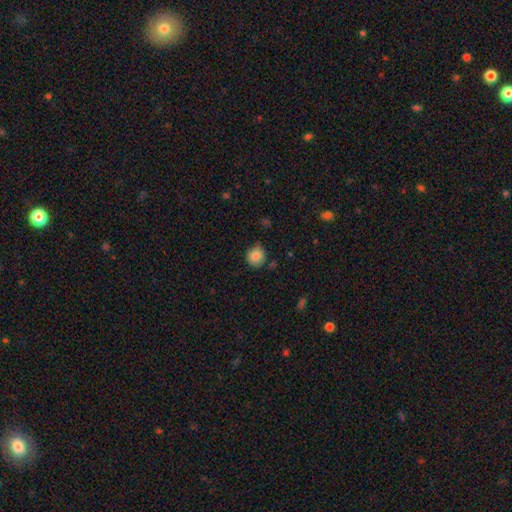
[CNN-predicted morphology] Smooth or featured? smooth (84%)
How rounded? round (88%)
Merging? none (79%)